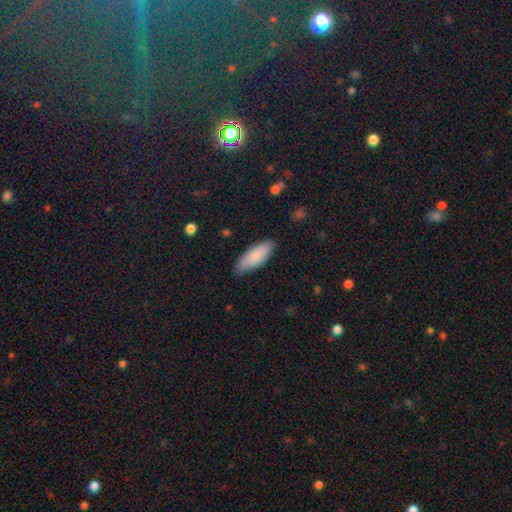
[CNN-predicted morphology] A smooth galaxy with no disk features (85%) that is in between round and cigar-shaped (71%).

Vote fractions:
- Smooth or featured? smooth: 85% / featured or disk: 9% / star or artifact: 5%
- How rounded? in between: 71% / cigar-shaped: 28% / round: 2%
- Merging? none: 83% / minor disturbance: 14% / major disturbance: 2% / merger: 1%